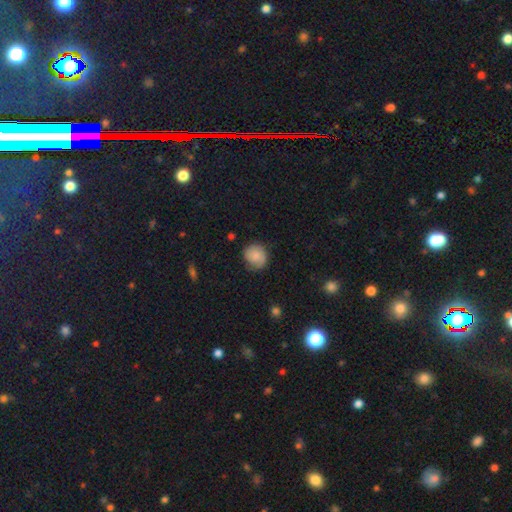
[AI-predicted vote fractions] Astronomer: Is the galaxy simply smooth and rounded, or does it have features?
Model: smooth — 75%.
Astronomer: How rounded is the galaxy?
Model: round — 80%.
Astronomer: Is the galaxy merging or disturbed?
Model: none — 68%.